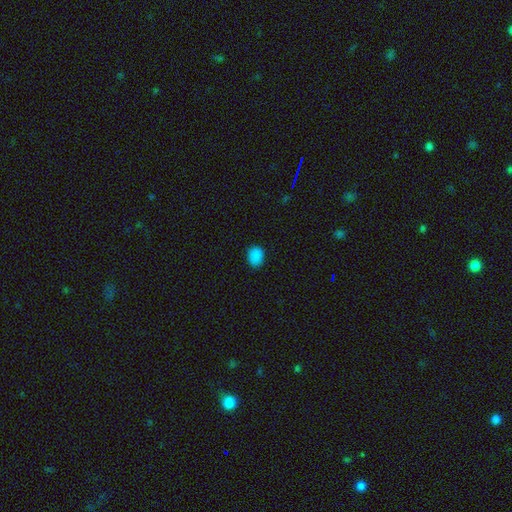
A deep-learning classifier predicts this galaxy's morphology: smooth-or-featured: smooth: 85% | star or artifact: 12% | featured or disk: 3%
  how-rounded: in between: 57% | round: 42% | cigar-shaped: 1%
  merging: none: 83% | minor disturbance: 13% | major disturbance: 3% | merger: 1%